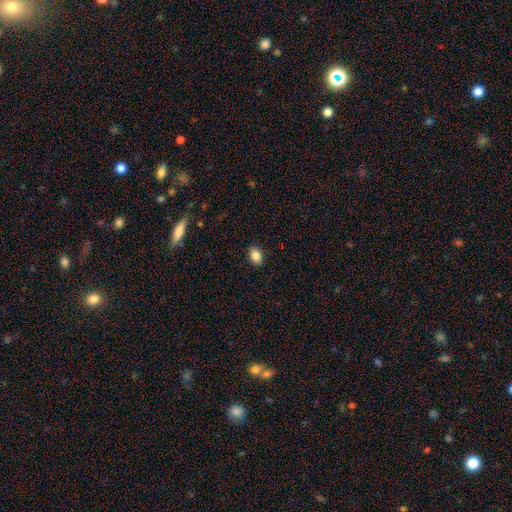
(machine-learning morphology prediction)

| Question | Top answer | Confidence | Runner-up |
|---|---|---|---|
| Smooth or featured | smooth | 86% | star or artifact (9%) |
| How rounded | in between | 82% | round (17%) |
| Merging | none | 88% | minor disturbance (9%) |